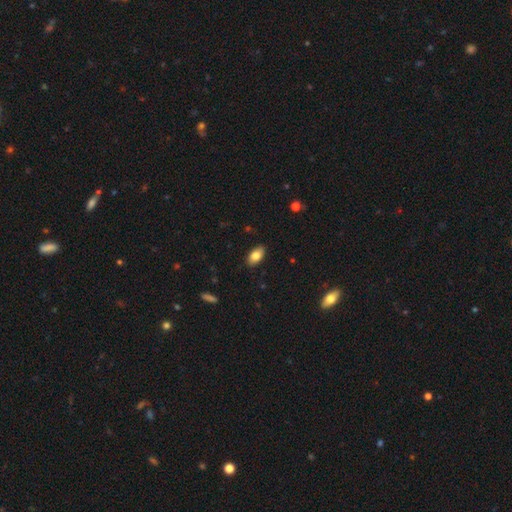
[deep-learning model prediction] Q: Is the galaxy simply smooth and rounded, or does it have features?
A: smooth — 82%.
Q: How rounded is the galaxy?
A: in between — 92%.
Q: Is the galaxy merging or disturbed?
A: none — 87%.